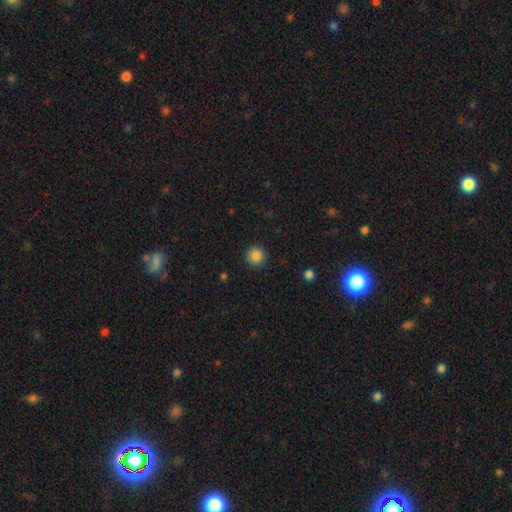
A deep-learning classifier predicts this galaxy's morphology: Smooth or featured: smooth — 86% (star or artifact — 10%)
How rounded: round — 95% (in between — 4%)
Merging: none — 92% (minor disturbance — 5%)